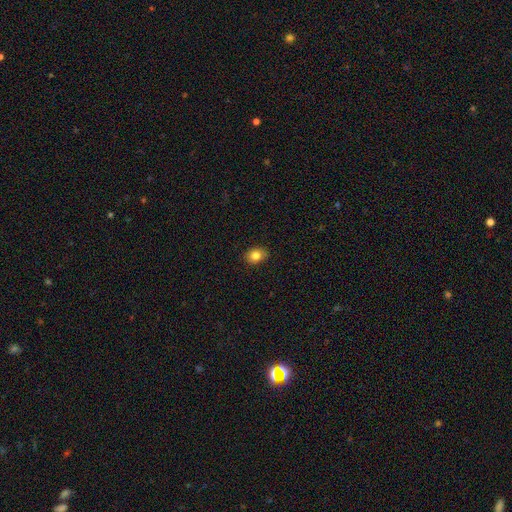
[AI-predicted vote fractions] This is clearly a smooth galaxy (83%). How rounded: possibly in between (56%). Merging: clearly none (87%).